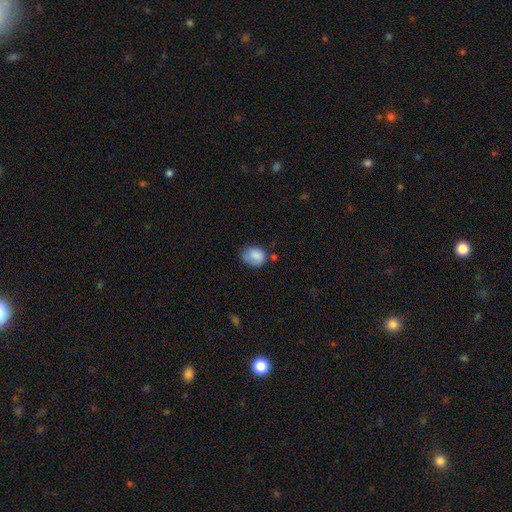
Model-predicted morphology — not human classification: This is clearly a smooth galaxy (84%). How rounded: possibly round (50%). Merging: possibly none (51%).